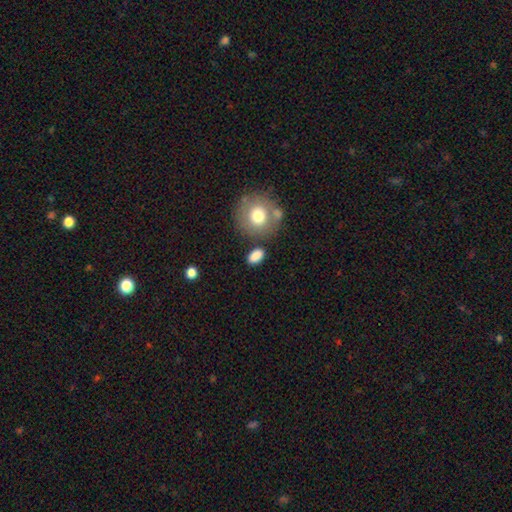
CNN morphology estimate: Overall: smooth (86%). How rounded: in between (80%). Merging: none (76%).